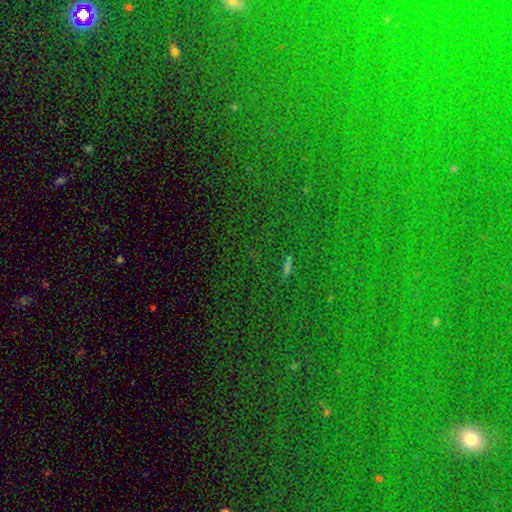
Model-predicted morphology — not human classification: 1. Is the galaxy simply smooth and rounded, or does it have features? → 77% star or artifact, 13% smooth, 9% featured or disk.